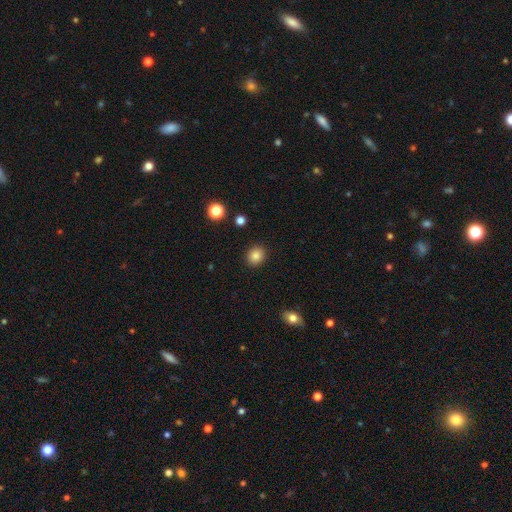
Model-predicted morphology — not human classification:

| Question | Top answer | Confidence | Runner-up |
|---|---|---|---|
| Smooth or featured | smooth | 85% | star or artifact (10%) |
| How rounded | round | 76% | in between (23%) |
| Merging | none | 90% | minor disturbance (6%) |